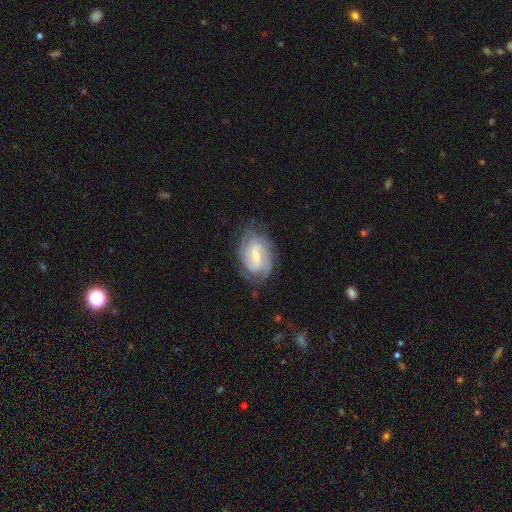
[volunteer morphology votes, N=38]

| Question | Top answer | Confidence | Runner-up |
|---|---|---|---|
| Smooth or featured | featured or disk | 92% | star or artifact (5%) |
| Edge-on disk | no | 100% | — |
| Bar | weak | 57% | no (29%) |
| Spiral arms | yes | 94% | no (6%) |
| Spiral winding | tight | 70% | medium (24%) |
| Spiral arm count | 2 | 39% | 3 (33%) |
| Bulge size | moderate | 69% | small (29%) |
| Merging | none | 78% | minor disturbance (14%) |